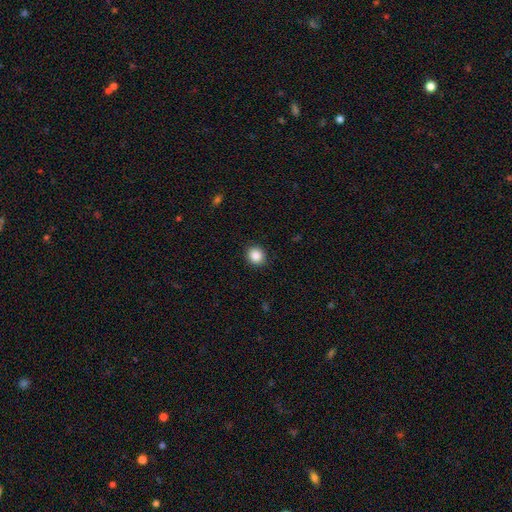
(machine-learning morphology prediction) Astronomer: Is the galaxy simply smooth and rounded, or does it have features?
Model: smooth — 88%.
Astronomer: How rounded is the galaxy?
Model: round — 81%.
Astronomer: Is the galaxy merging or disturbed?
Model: none — 90%.